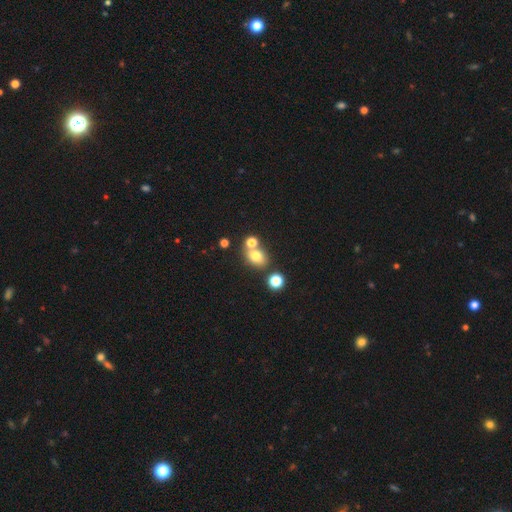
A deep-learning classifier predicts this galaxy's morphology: type=smooth (72%); roundness=round (51%); merging=none (56%).